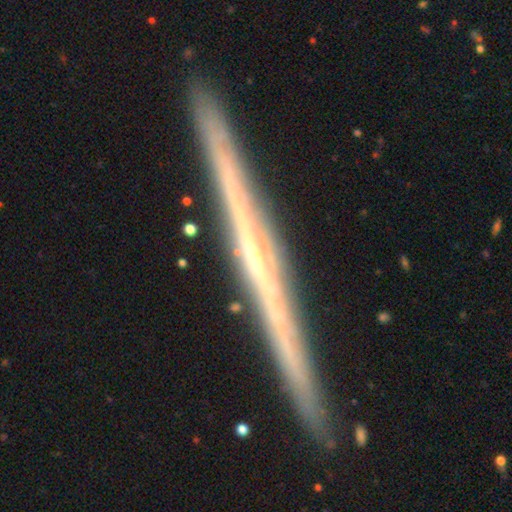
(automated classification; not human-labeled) This is clearly a featured or disk galaxy (81%). It is clearly viewed edge-on (98%). Edge-on bulge: likely none (61%). Merging: clearly none (92%).